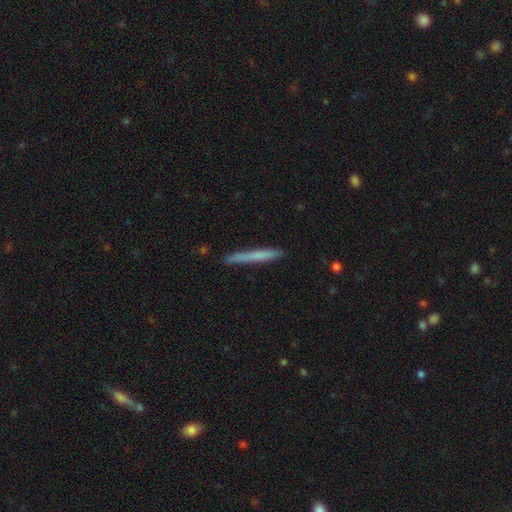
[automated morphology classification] The model was most divided on "smooth or featured": smooth: 65%, featured or disk: 29%, star or artifact: 6%. More confident: how rounded — cigar-shaped (97%); merging — none (87%).